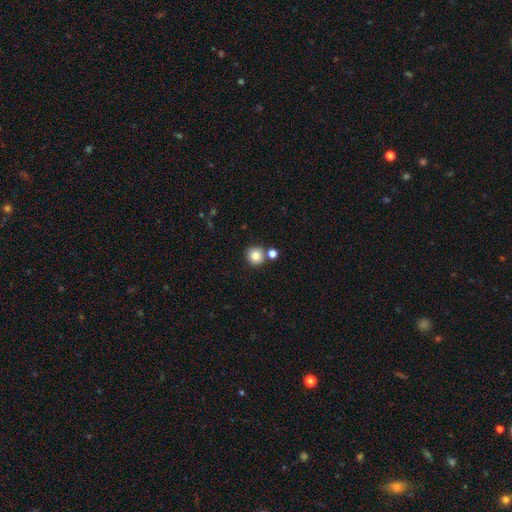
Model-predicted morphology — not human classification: smooth-or-featured: smooth: 83% | star or artifact: 11% | featured or disk: 7%
  how-rounded: round: 94% | in between: 5% | cigar-shaped: 1%
  merging: none: 76% | merger: 14% | minor disturbance: 7% | major disturbance: 2%